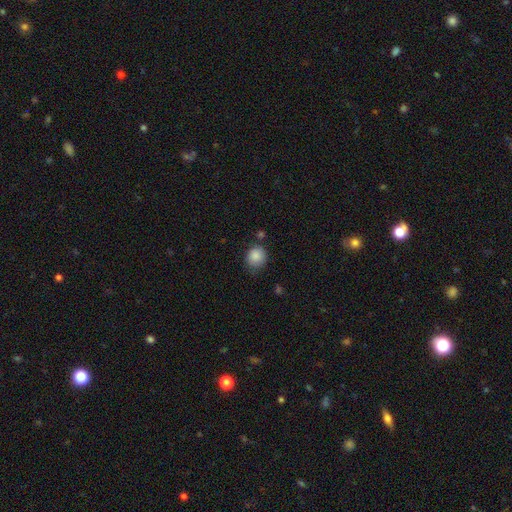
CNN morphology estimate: The model was most divided on "merging": none: 70%, minor disturbance: 21%, major disturbance: 5%, merger: 4%. More confident: smooth or featured — smooth (87%); how rounded — round (81%).